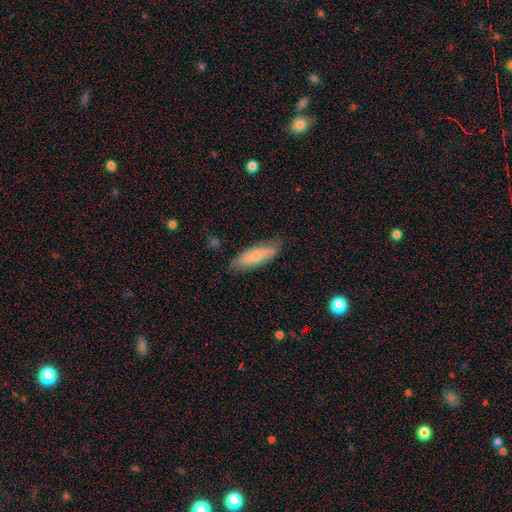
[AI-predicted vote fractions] Smooth or featured? smooth (67%)
How rounded? in between (54%)
Merging? none (77%)